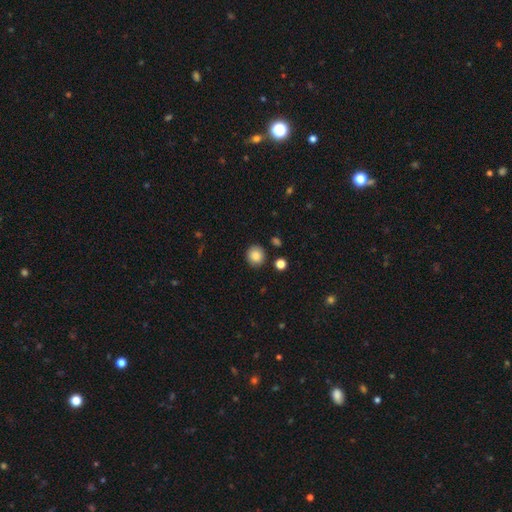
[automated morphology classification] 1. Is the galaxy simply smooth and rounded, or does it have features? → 87% smooth, 9% star or artifact, 4% featured or disk.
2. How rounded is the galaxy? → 88% round, 11% in between, 1% cigar-shaped.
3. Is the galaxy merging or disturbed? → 88% none, 8% minor disturbance, 3% merger, 2% major disturbance.